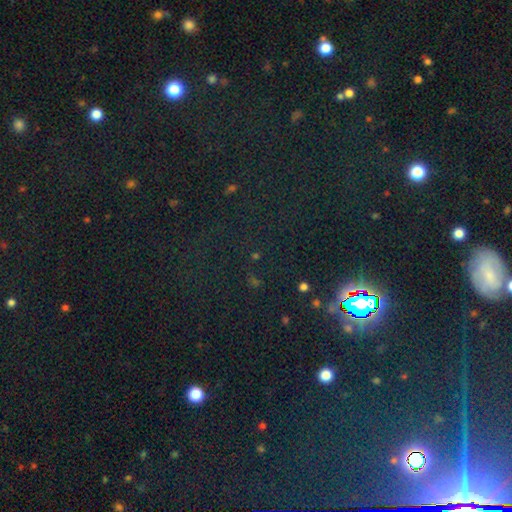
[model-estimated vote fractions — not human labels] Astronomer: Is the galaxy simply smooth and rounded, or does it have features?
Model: star or artifact — 78%.